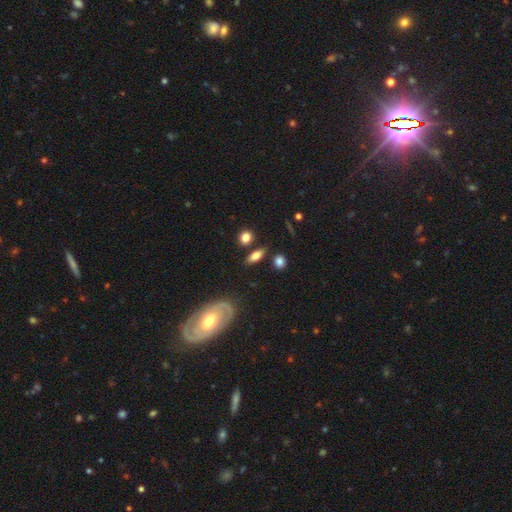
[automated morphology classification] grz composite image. It shows a smooth galaxy with no disk features (74%) that is in between round and cigar-shaped (71%). Merging: none (78%).